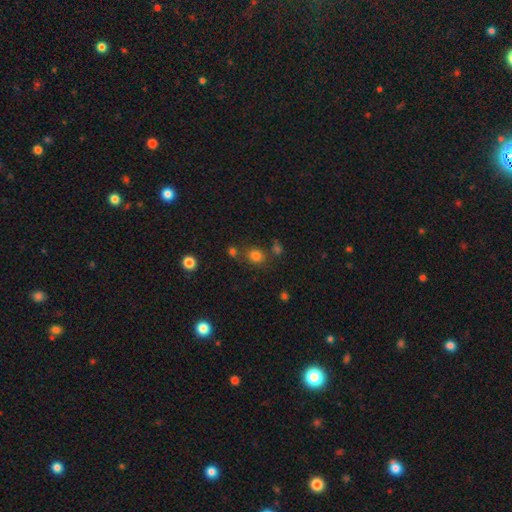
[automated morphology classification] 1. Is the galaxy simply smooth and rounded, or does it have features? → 78% smooth, 15% star or artifact, 7% featured or disk.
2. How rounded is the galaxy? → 71% round, 28% in between, 1% cigar-shaped.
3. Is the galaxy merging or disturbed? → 72% none, 12% merger, 12% minor disturbance, 5% major disturbance.